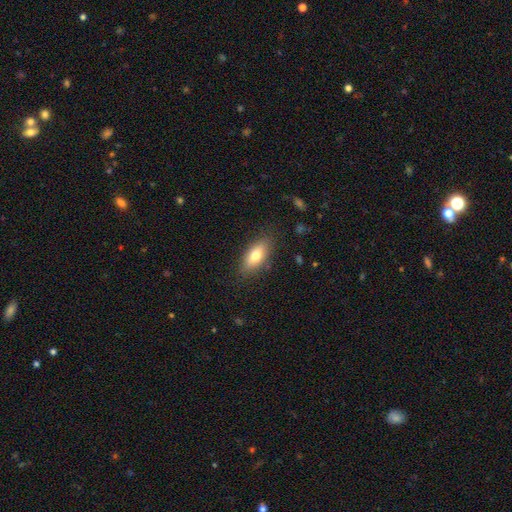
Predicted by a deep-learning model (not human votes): smooth-or-featured: smooth: 75% | featured or disk: 18% | star or artifact: 7%
  how-rounded: in between: 83% | cigar-shaped: 13% | round: 4%
  merging: none: 84% | minor disturbance: 12% | major disturbance: 3% | merger: 1%